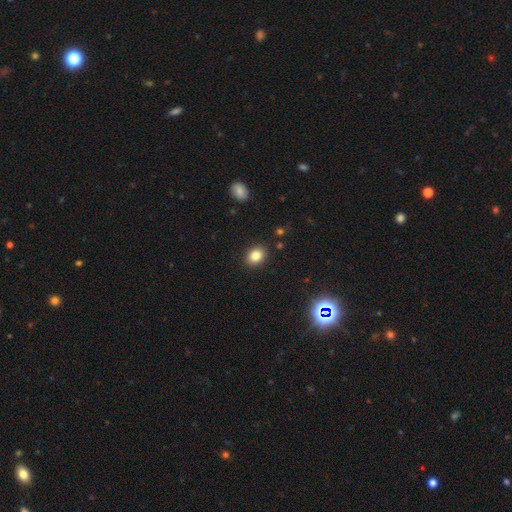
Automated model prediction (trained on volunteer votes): smooth 83%, star or artifact 11%, featured or disk 6%. Down the decision tree: how rounded — in between (54%); merging — none (89%).